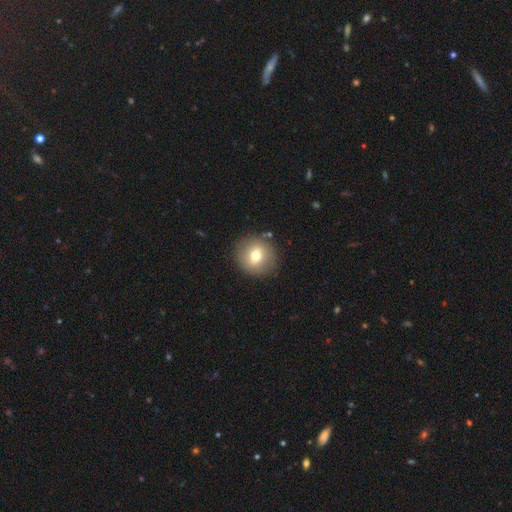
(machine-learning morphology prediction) type=smooth (70%); roundness=round (91%); merging=none (88%).